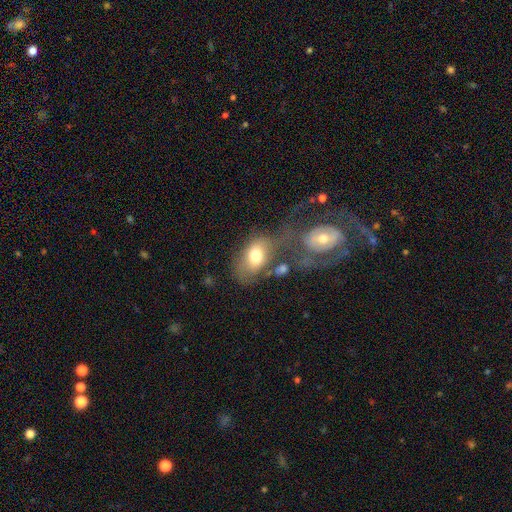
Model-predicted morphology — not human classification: type=smooth (67%); roundness=in between (83%); merging=merger (33%).